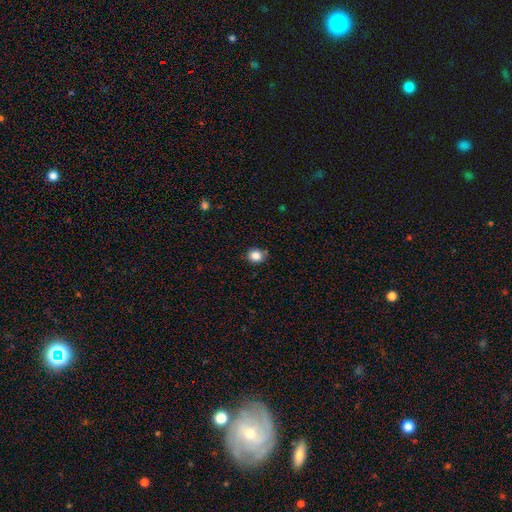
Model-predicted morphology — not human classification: smooth-or-featured: smooth: 85% | star or artifact: 10% | featured or disk: 5%
  how-rounded: round: 72% | in between: 27% | cigar-shaped: 1%
  merging: none: 80% | minor disturbance: 15% | major disturbance: 3% | merger: 2%